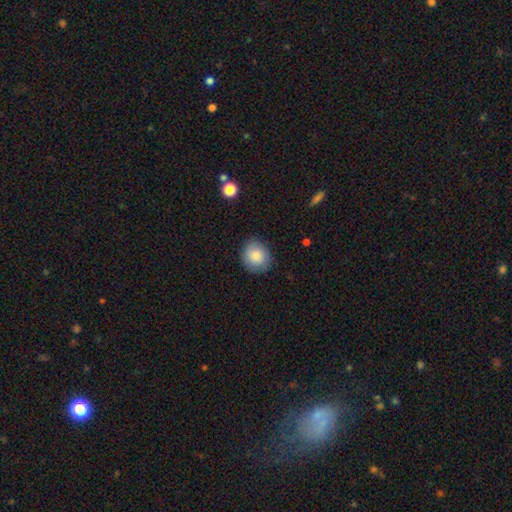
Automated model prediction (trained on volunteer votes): The model was most divided on "how rounded": round: 73%, in between: 26%, cigar-shaped: 1%. More confident: smooth or featured — smooth (85%); merging — none (84%).